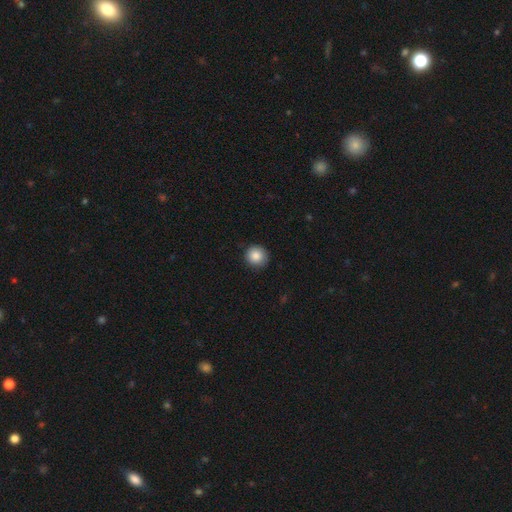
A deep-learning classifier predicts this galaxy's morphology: Smooth or featured: smooth — 87% (star or artifact — 9%)
How rounded: round — 93% (in between — 6%)
Merging: none — 88% (minor disturbance — 9%)